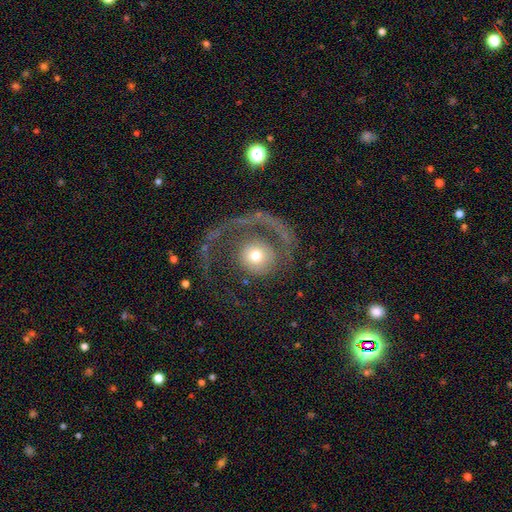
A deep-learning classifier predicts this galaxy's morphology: This is possibly a featured or disk galaxy (47%). Merging: possibly major disturbance (56%).